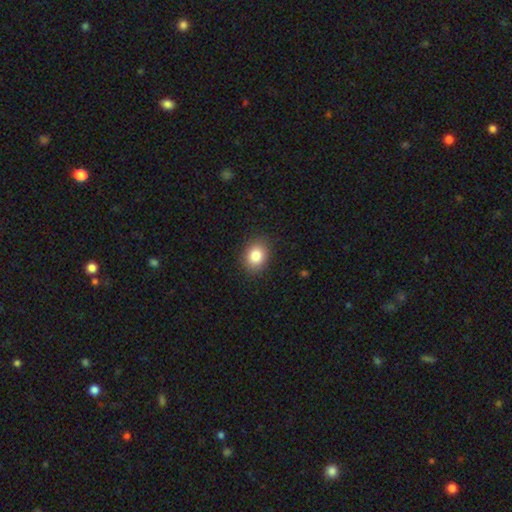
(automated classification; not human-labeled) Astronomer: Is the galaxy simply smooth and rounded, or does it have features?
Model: smooth — 84%.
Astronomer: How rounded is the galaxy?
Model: in between — 53% (runner-up: round, 46%).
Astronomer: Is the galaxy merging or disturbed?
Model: none — 87%.